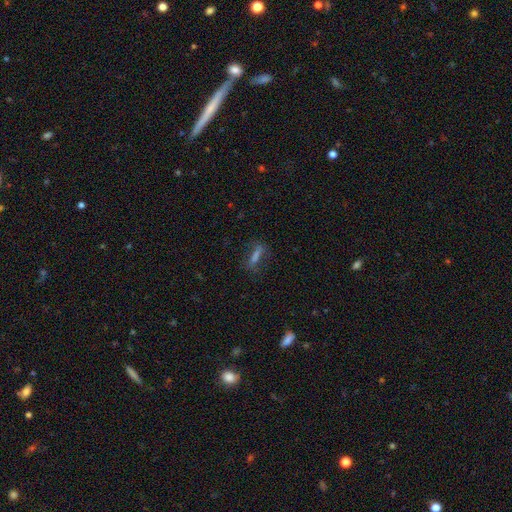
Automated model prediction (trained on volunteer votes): smooth-or-featured: smooth: 48% | featured or disk: 30% | star or artifact: 23%
  merging: none: 74% | minor disturbance: 15% | major disturbance: 9% | merger: 2%